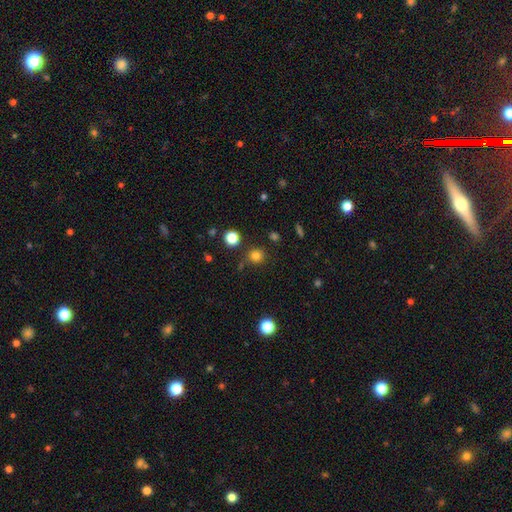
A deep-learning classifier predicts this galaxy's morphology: Overall: smooth (78%). How rounded: round (90%). Merging: none (82%).